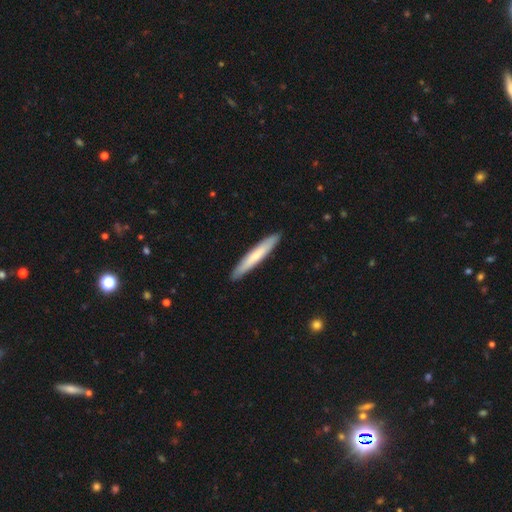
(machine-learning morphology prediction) smooth-or-featured: smooth: 67% | featured or disk: 28% | star or artifact: 5%
  how-rounded: cigar-shaped: 95% | in between: 4% | round: 1%
  merging: none: 91% | minor disturbance: 6% | major disturbance: 1% | merger: 1%